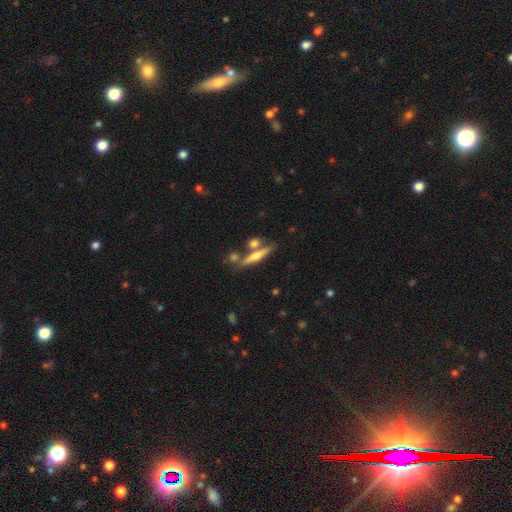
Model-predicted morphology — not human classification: featured or disk 52%, smooth 41%, star or artifact 7%. Down the decision tree: edge-on disk — yes (94%); merging — none (68%).